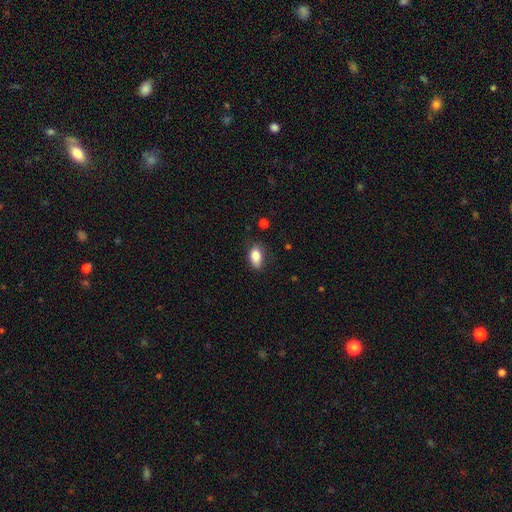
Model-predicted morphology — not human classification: Smooth or featured? Predicted: smooth (p=0.84). How rounded? Predicted: in between (p=0.88). Merging? Predicted: none (p=0.68).